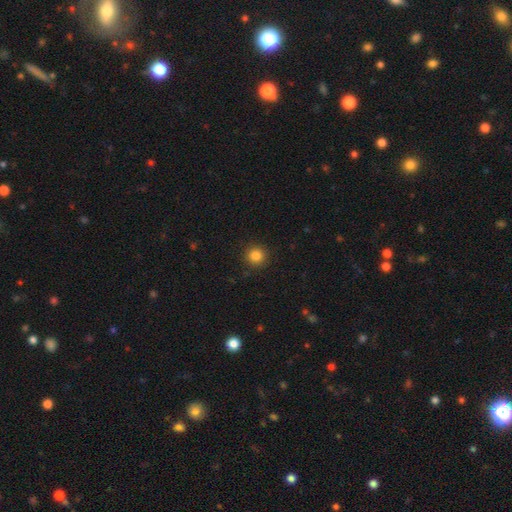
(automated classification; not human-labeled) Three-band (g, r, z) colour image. It shows a smooth galaxy with no disk features (84%) that is round (94%). Merging: none (91%).